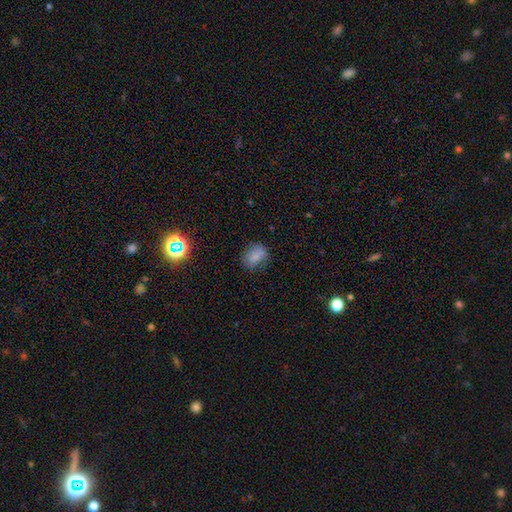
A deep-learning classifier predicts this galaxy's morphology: A smooth galaxy with no disk features (77%) that is in between round and cigar-shaped (72%).

Vote fractions:
- Smooth or featured? smooth: 77% / star or artifact: 13% / featured or disk: 9%
- How rounded? in between: 72% / round: 26% / cigar-shaped: 2%
- Merging? none: 71% / minor disturbance: 21% / major disturbance: 6% / merger: 2%